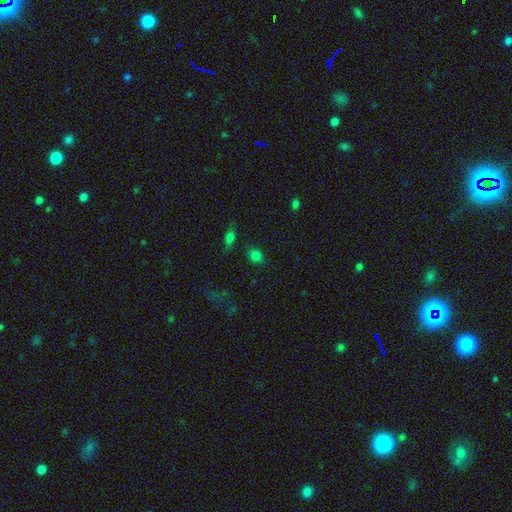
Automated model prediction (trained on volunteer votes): Smooth or featured: smooth — 77% (star or artifact — 17%)
How rounded: round — 50% (in between — 49%)
Merging: none — 77% (minor disturbance — 15%)